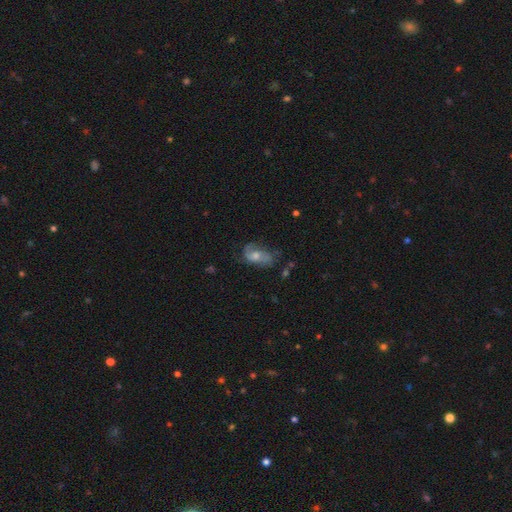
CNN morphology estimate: smooth_or_featured: featured or disk (p=0.65) [alt: smooth p=0.24]
disk_edge_on: no (p=0.94) [alt: yes p=0.06]
bar: no (p=0.63) [alt: weak p=0.30]
has_spiral_arms: yes (p=0.86) [alt: no p=0.14]
spiral_winding: medium (p=0.43) [alt: loose p=0.35]
spiral_arm_count: 2 (p=0.70) [alt: can't tell p=0.15]
bulge_size: moderate (p=0.58) [alt: small p=0.30]
merging: none (p=0.57) [alt: minor disturbance p=0.25]